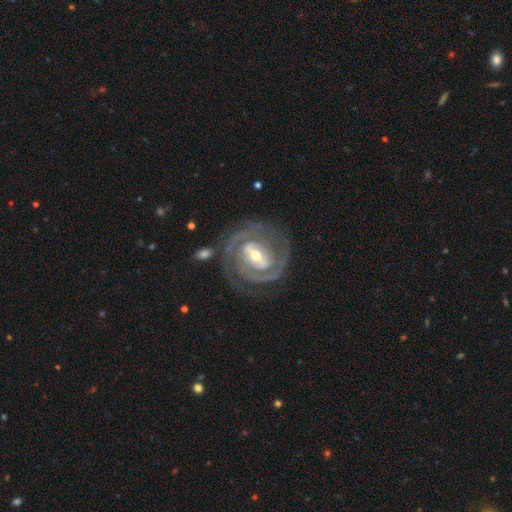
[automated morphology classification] This appears to be a featured or disk galaxy (90%) with a strong bar (47%), 2 (68%) tight (69%) spiral arms (95%) and a moderate central bulge (55%). Merging: none (74%).